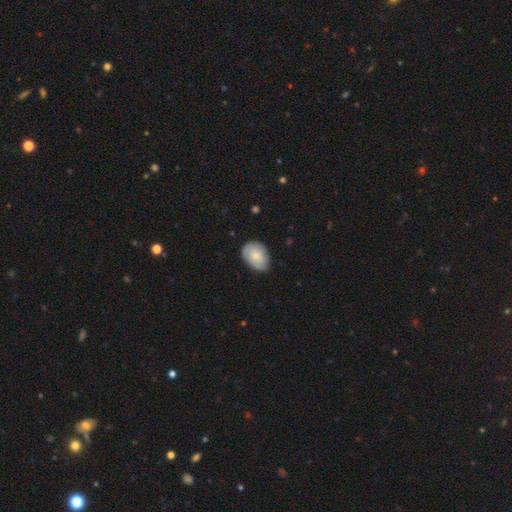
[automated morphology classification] Q: Smooth or featured?
A: smooth (69%); runner-up: featured or disk (25%)
Q: How rounded?
A: in between (74%); runner-up: round (25%)
Q: Merging?
A: none (74%); runner-up: minor disturbance (21%)